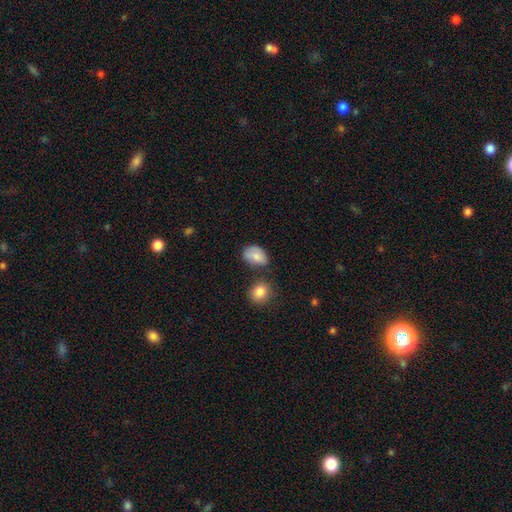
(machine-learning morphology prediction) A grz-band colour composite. It shows a smooth galaxy with no disk features (81%) that is in between round and cigar-shaped (77%). Merging: none (50%).